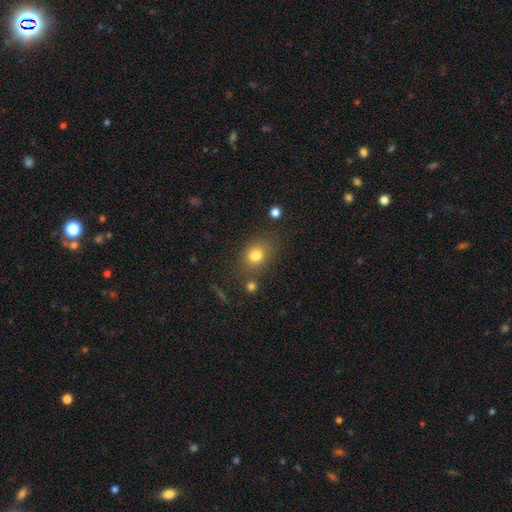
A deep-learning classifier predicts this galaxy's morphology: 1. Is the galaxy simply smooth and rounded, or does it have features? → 78% smooth, 13% star or artifact, 10% featured or disk.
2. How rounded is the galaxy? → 54% in between, 45% round, 1% cigar-shaped.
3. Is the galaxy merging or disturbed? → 59% none, 18% merger, 16% minor disturbance, 7% major disturbance.